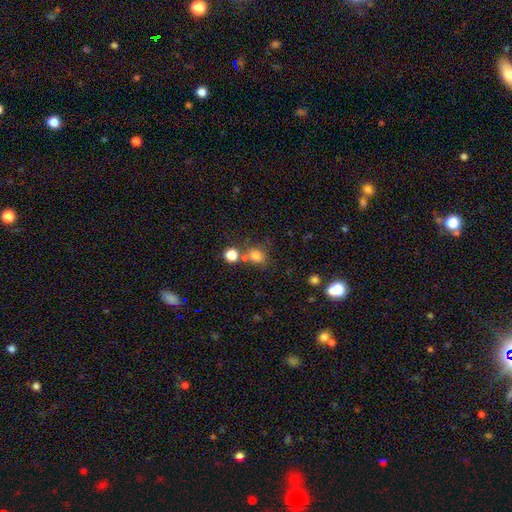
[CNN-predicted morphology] smooth-or-featured: smooth: 78% | star or artifact: 15% | featured or disk: 8%
  how-rounded: round: 66% | in between: 33% | cigar-shaped: 1%
  merging: none: 57% | merger: 26% | minor disturbance: 12% | major disturbance: 6%